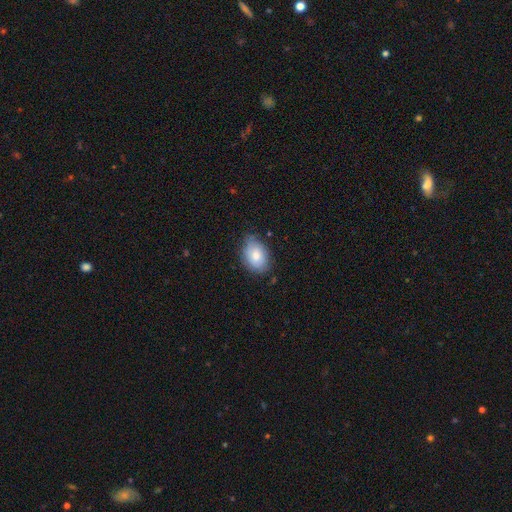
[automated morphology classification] Smooth or featured? smooth (78%)
How rounded? in between (85%)
Merging? none (68%)